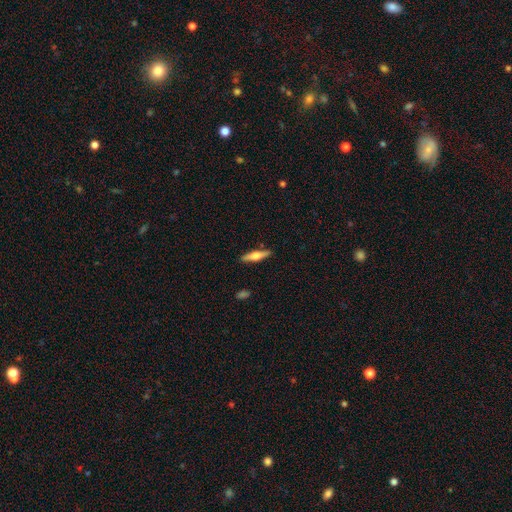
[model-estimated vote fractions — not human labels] Smooth or featured?
  - featured or disk: 49% *
  - smooth: 46%
  - star or artifact: 6%
Merging?
  - none: 89% *
  - minor disturbance: 8%
  - major disturbance: 2%
  - merger: 1%